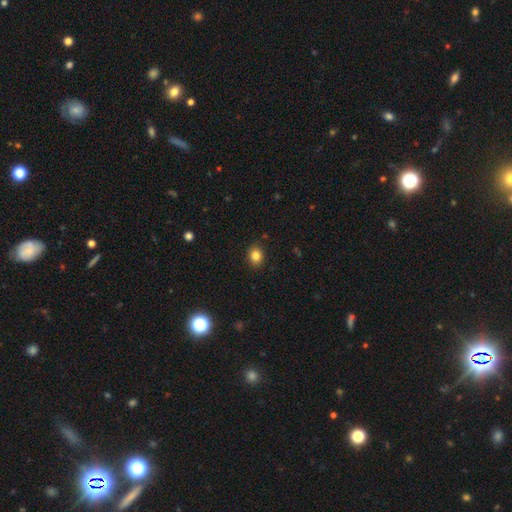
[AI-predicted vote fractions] This is clearly a smooth galaxy (83%). How rounded: possibly round (53%). Merging: clearly none (89%).